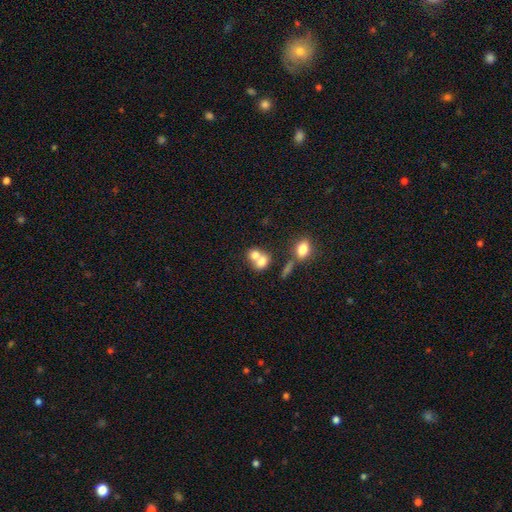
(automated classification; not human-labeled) Smooth or featured: smooth — 71% (featured or disk — 18%)
How rounded: round — 60% (in between — 38%)
Merging: merger — 63% (none — 26%)